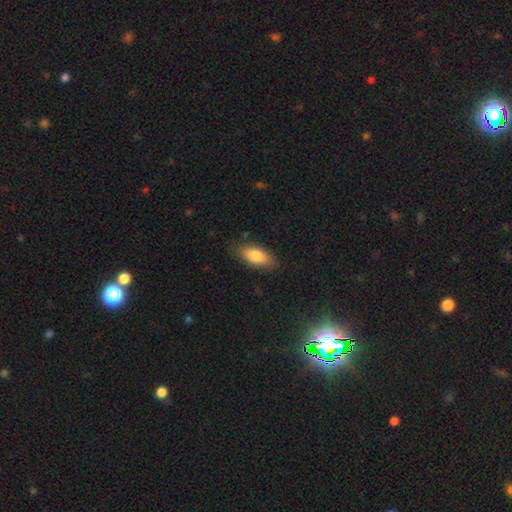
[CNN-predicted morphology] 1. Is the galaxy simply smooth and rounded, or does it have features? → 80% smooth, 13% featured or disk, 7% star or artifact.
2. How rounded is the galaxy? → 84% in between, 13% cigar-shaped, 3% round.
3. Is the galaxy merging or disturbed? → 82% none, 14% minor disturbance, 3% major disturbance, 1% merger.